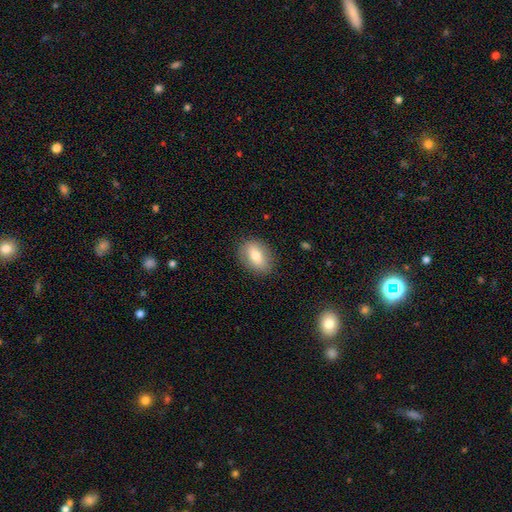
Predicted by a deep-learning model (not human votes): smooth-or-featured: smooth: 76% | featured or disk: 16% | star or artifact: 8%
  how-rounded: in between: 77% | round: 21% | cigar-shaped: 2%
  merging: none: 86% | minor disturbance: 10% | major disturbance: 3% | merger: 1%